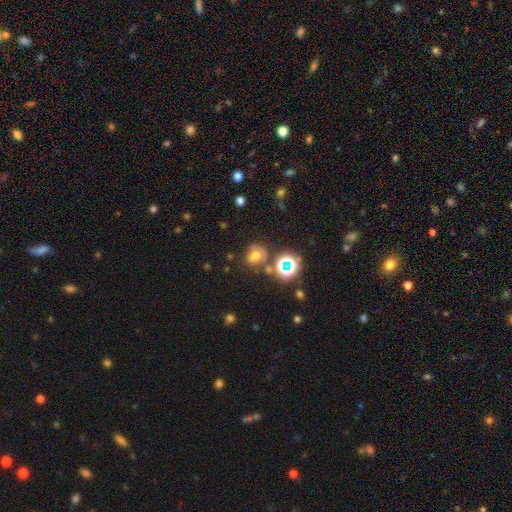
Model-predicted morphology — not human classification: Smooth or featured? smooth (47%)
Merging? none (51%)